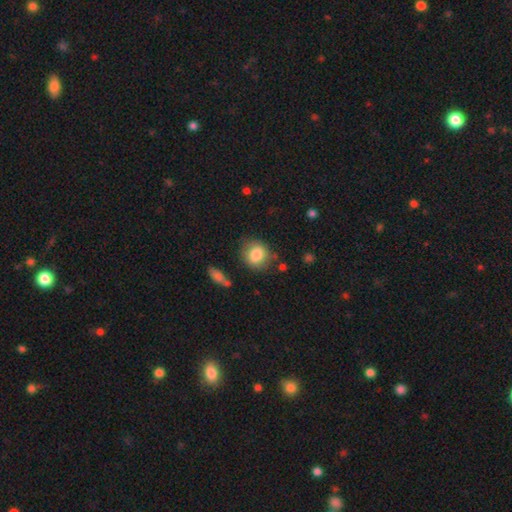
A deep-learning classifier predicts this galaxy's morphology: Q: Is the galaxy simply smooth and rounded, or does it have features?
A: smooth — 83%.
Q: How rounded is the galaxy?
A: round — 74%.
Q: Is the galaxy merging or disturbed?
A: none — 75%.